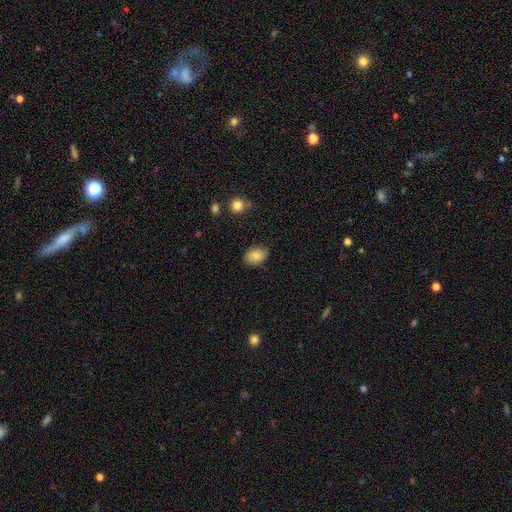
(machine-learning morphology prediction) smooth-or-featured: smooth: 83% | featured or disk: 9% | star or artifact: 8%
  how-rounded: in between: 81% | round: 18% | cigar-shaped: 1%
  merging: none: 80% | minor disturbance: 16% | major disturbance: 3% | merger: 1%